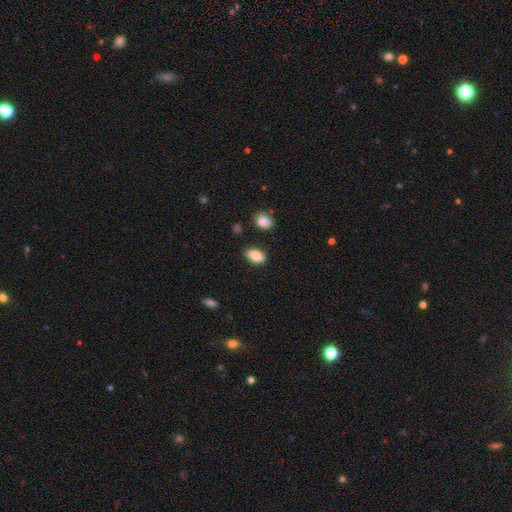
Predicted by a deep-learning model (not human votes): A smooth galaxy with no disk features (86%) that is in between round and cigar-shaped (90%). Merging: none (83%).